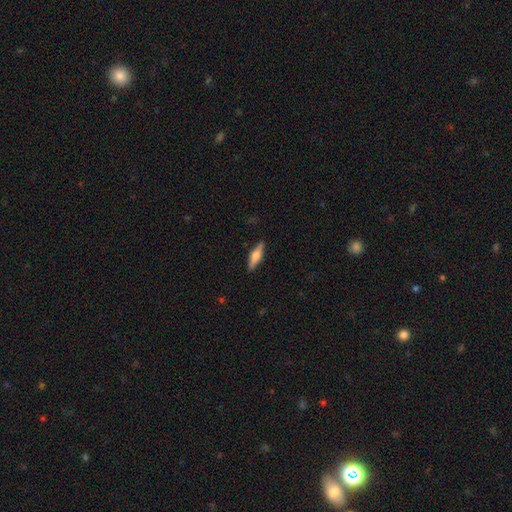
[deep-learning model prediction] Morphology: type=featured or disk (49%); merging=none (90%).